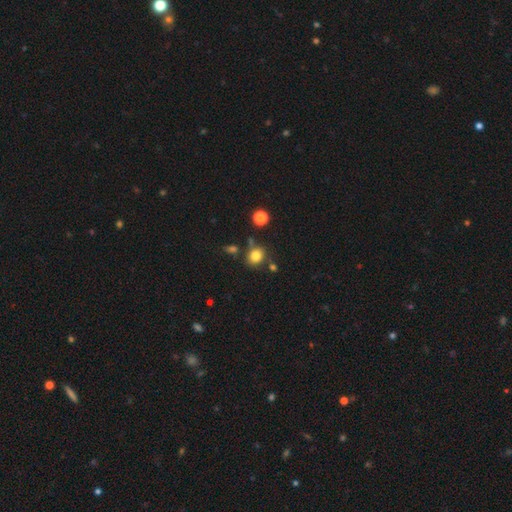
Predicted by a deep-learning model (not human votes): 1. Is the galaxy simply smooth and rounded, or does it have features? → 81% smooth, 13% star or artifact, 7% featured or disk.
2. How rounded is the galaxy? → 71% round, 28% in between, 1% cigar-shaped.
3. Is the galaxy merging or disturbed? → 75% none, 12% minor disturbance, 9% merger, 4% major disturbance.